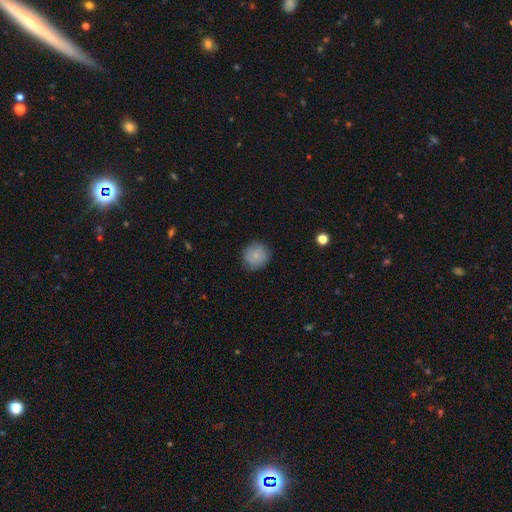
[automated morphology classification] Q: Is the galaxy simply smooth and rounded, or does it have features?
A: smooth — 85%.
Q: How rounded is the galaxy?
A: round — 91%.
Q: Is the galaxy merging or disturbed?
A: none — 86%.